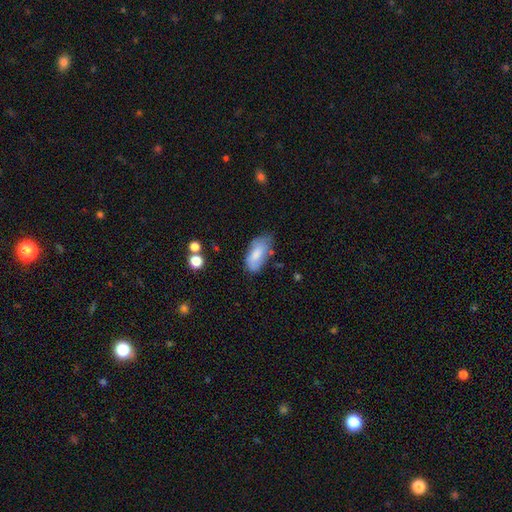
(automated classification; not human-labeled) smooth 75%, featured or disk 18%, star or artifact 7%. Down the decision tree: how rounded — in between (91%); merging — none (59%).